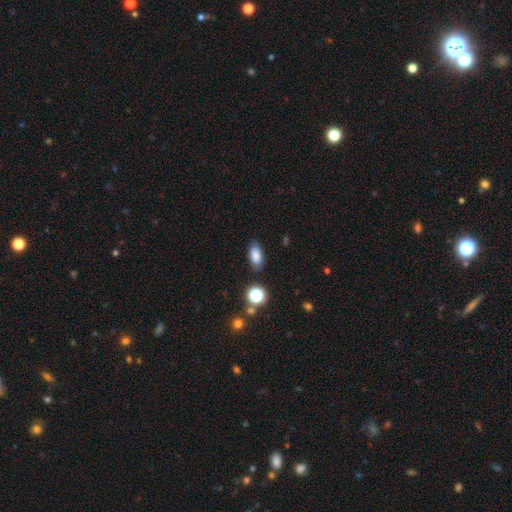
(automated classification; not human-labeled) Smooth or featured: smooth — 84% (star or artifact — 10%)
How rounded: in between — 89% (round — 6%)
Merging: none — 84% (minor disturbance — 11%)